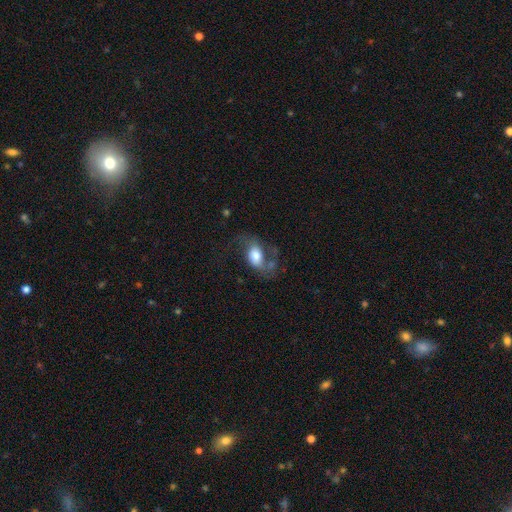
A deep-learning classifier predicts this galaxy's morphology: featured or disk 46% (tied), smooth 46% (tied), star or artifact 8%. Down the decision tree: merging — none (38%).